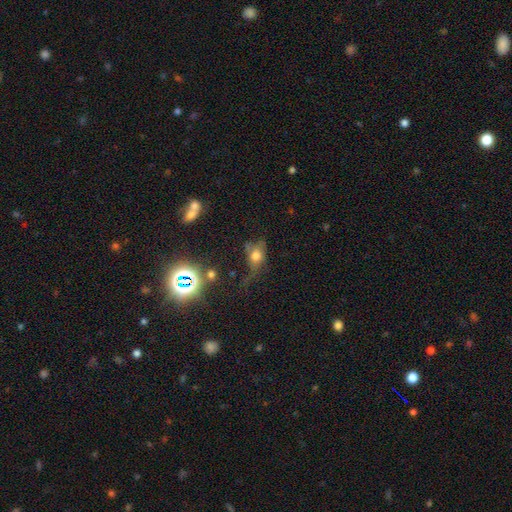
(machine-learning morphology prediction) smooth-or-featured: smooth: 59% | featured or disk: 22% | star or artifact: 19%
  how-rounded: in between: 60% | round: 36% | cigar-shaped: 4%
  merging: none: 38% | major disturbance: 29% | minor disturbance: 27% | merger: 6%